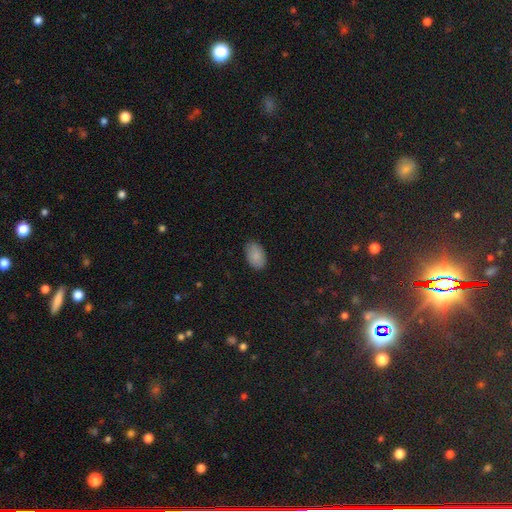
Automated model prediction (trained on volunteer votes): Smooth or featured? Predicted: smooth (p=0.88). How rounded? Predicted: in between (p=0.93). Merging? Predicted: none (p=0.86).